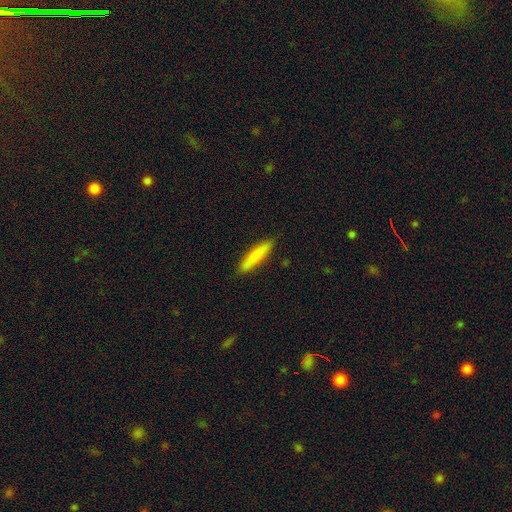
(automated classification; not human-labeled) Overall: smooth (83%). How rounded: cigar-shaped (83%). Merging: none (88%).